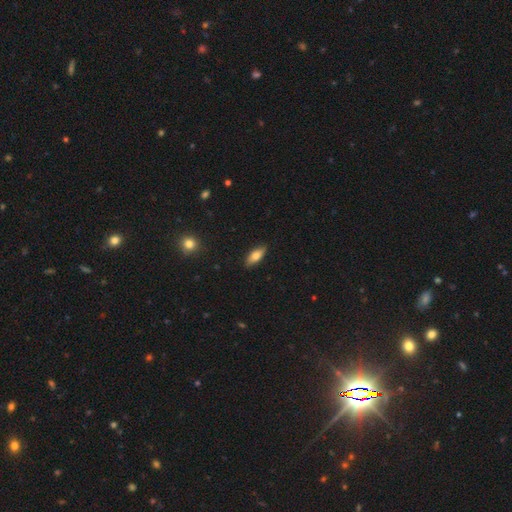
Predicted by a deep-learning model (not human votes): A smooth galaxy with no disk features (75%) that is in between round and cigar-shaped (76%).

Vote fractions:
- Smooth or featured? smooth: 75% / featured or disk: 19% / star or artifact: 7%
- How rounded? in between: 76% / cigar-shaped: 21% / round: 3%
- Merging? none: 87% / minor disturbance: 10% / major disturbance: 2% / merger: 1%